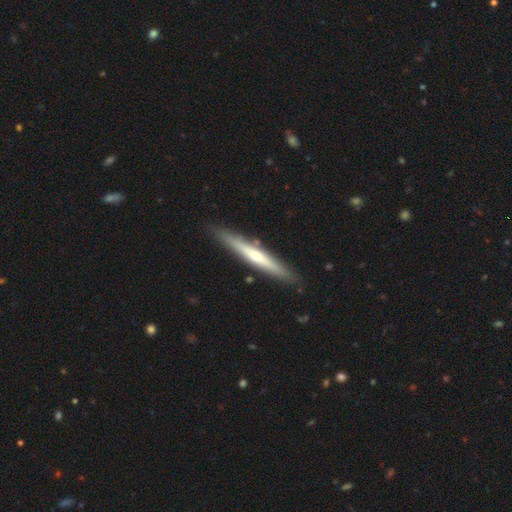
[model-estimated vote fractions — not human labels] This appears to be a featured or disk galaxy (65%) viewed edge-on (94%) with a rounded central bulge (75%). Merging: none (89%).